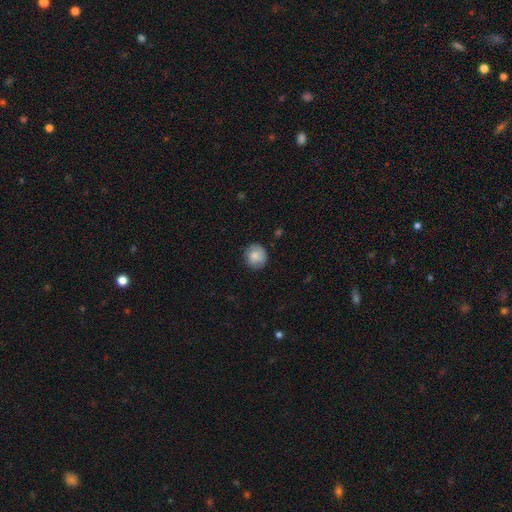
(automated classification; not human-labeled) Smooth or featured? Predicted: smooth (p=0.80). How rounded? Predicted: round (p=0.90). Merging? Predicted: none (p=0.84).